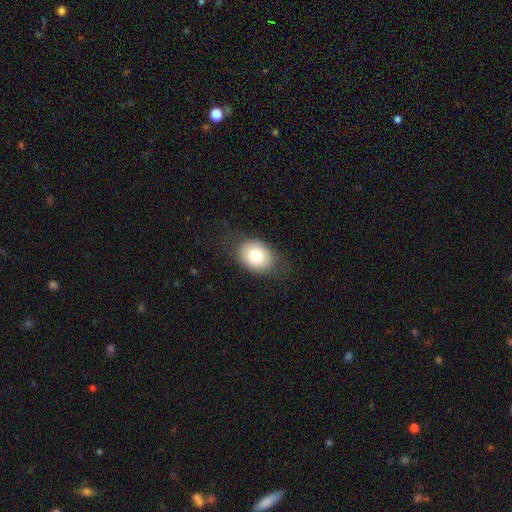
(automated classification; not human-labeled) Morphology: type=smooth (77%); roundness=in between (66%); merging=none (77%).